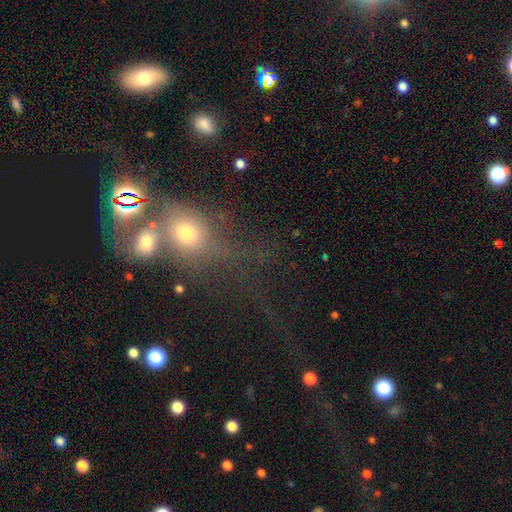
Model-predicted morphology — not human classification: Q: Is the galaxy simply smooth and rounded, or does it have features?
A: smooth — 46%.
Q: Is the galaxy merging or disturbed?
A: none — 35%.